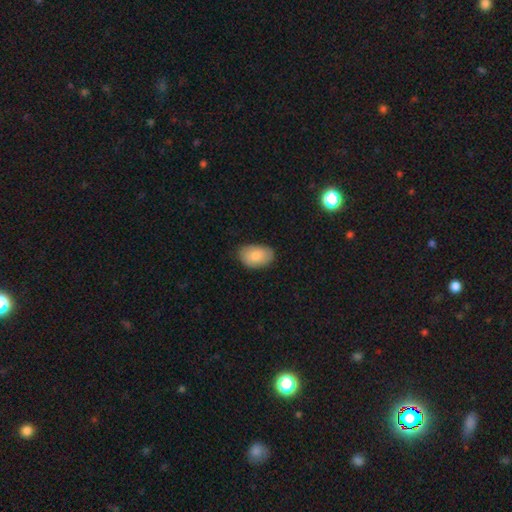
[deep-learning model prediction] Smooth or featured: smooth — 83% (featured or disk — 11%)
How rounded: in between — 90% (round — 9%)
Merging: none — 79% (minor disturbance — 17%)